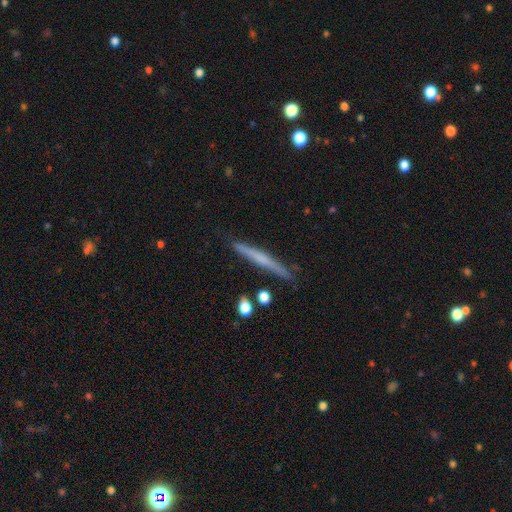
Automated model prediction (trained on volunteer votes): This appears to be a featured or disk galaxy (51%) viewed edge-on (97%). Merging: none (88%).